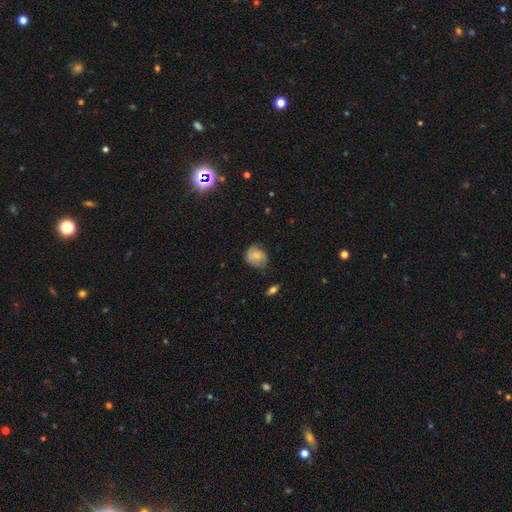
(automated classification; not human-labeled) Smooth or featured? smooth (68%)
How rounded? round (62%)
Merging? none (57%)